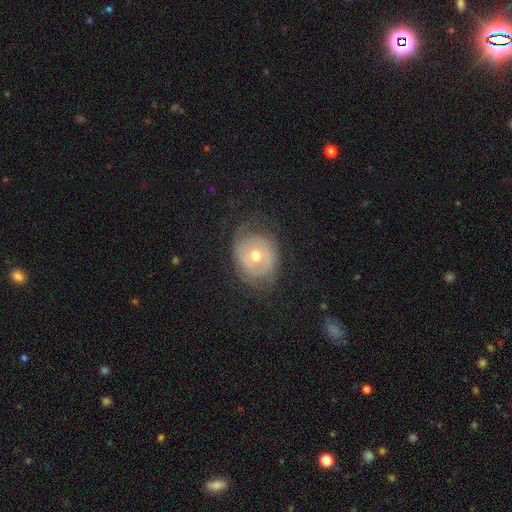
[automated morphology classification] Smooth or featured? Predicted: featured or disk (p=0.59). Edge-on disk? Predicted: no (p=0.96). Bar? Predicted: no (p=0.79). Spiral arms? Predicted: yes (p=0.58). Bulge size? Predicted: moderate (p=0.67). Merging? Predicted: none (p=0.62).